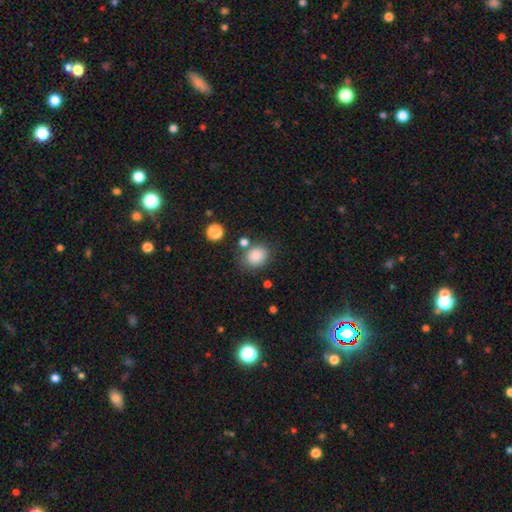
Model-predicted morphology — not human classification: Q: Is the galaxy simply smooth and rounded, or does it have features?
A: smooth — 86%.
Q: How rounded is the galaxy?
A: round — 50%.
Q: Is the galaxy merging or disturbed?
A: none — 73%.